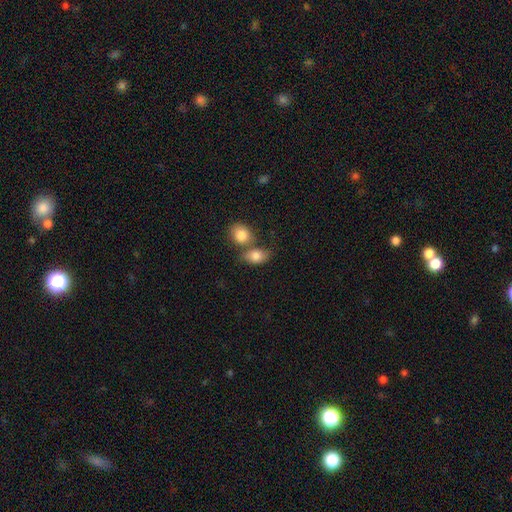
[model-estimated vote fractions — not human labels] Smooth or featured?
  - smooth: 82% *
  - featured or disk: 10%
  - star or artifact: 8%
How rounded?
  - in between: 77% *
  - round: 21%
  - cigar-shaped: 2%
Merging?
  - merger: 46% *
  - none: 38%
  - minor disturbance: 11%
  - major disturbance: 5%